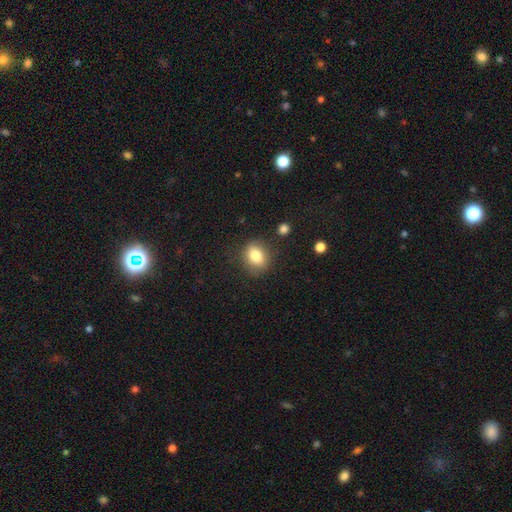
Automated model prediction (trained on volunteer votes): smooth-or-featured: smooth: 81% | star or artifact: 10% | featured or disk: 9%
  how-rounded: round: 51% | in between: 48% | cigar-shaped: 1%
  merging: none: 83% | minor disturbance: 12% | major disturbance: 4% | merger: 2%